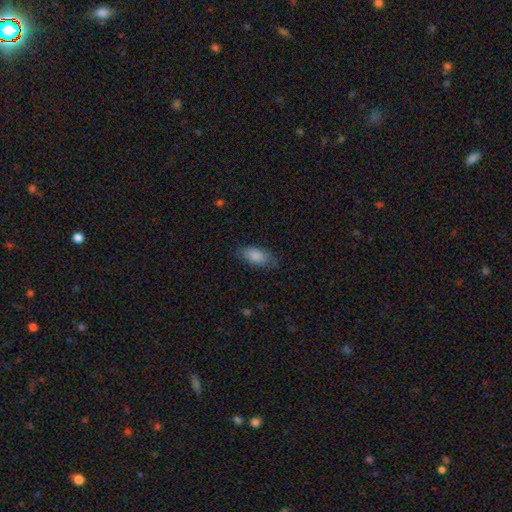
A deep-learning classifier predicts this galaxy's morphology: This is clearly a smooth galaxy (86%). How rounded: clearly in between (88%). Merging: likely none (74%).